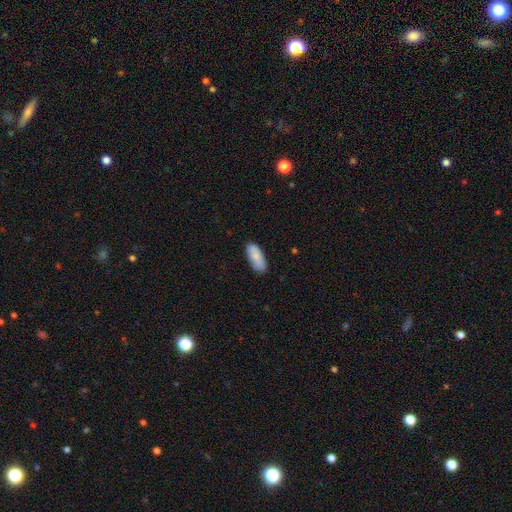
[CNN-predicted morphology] The model was most divided on "merging": none: 83%, minor disturbance: 14%, major disturbance: 2%, merger: 1%. More confident: how rounded — in between (84%); smooth or featured — smooth (84%).